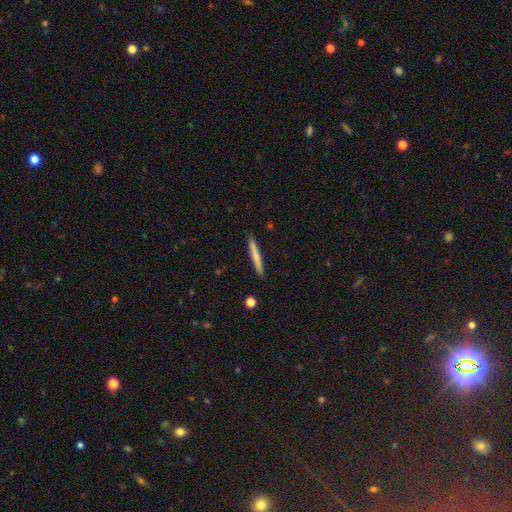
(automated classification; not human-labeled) Smooth or featured?
  - smooth: 71% *
  - featured or disk: 23%
  - star or artifact: 6%
How rounded?
  - cigar-shaped: 96% *
  - in between: 3%
  - round: 1%
Merging?
  - none: 90% *
  - minor disturbance: 7%
  - major disturbance: 1%
  - merger: 1%